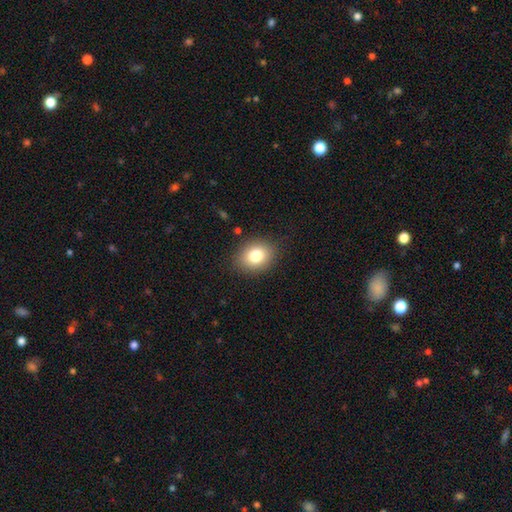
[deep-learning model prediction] A smooth galaxy with no disk features (80%) that is round (50%). Merging: none (86%).